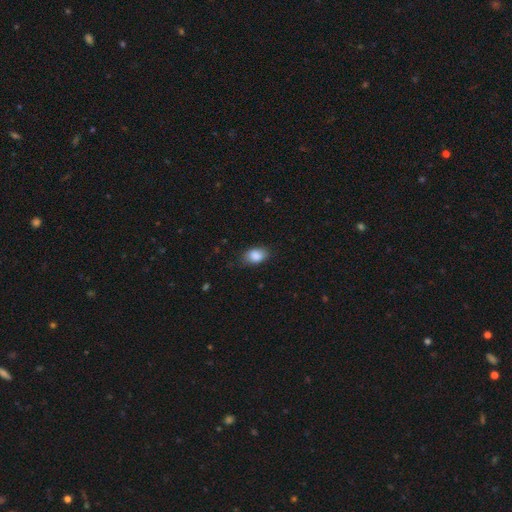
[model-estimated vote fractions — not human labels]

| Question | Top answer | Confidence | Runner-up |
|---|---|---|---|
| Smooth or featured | smooth | 88% | star or artifact (7%) |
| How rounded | in between | 85% | round (13%) |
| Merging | none | 79% | minor disturbance (17%) |